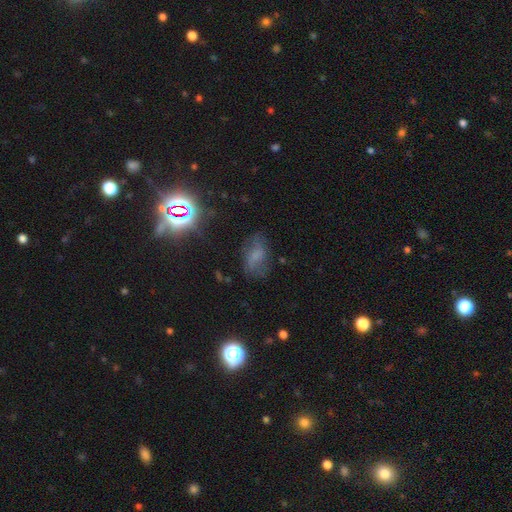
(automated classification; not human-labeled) This appears to be a smooth galaxy with no disk features (42%). Merging: none (61%).